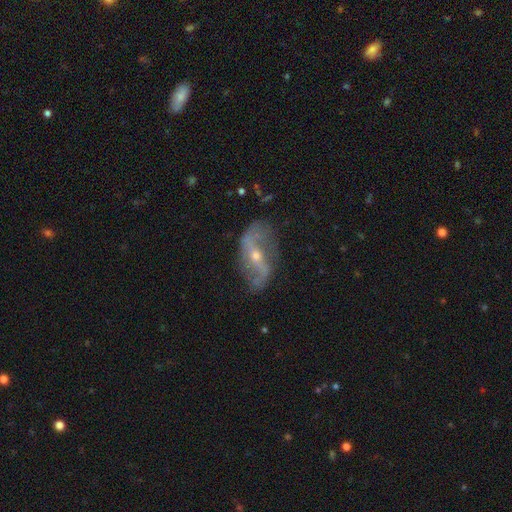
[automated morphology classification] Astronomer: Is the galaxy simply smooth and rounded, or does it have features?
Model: featured or disk — 86%.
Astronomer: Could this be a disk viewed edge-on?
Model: no — 93%.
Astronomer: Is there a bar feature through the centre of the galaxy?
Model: strong — 43% (runner-up: weak, 33%).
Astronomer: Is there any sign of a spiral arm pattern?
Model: yes — 89%.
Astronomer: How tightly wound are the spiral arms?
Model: loose — 71%.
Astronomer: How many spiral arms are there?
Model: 2 — 90%.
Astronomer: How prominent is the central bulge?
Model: small — 58% (runner-up: moderate, 39%).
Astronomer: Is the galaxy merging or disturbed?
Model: none — 69%.